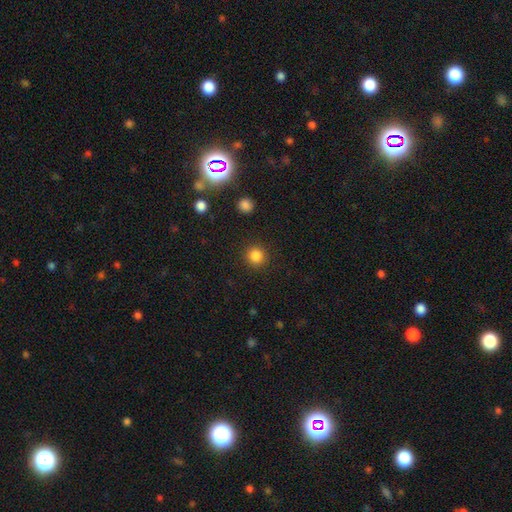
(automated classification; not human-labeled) The model was most divided on "smooth or featured": smooth: 85%, star or artifact: 11%, featured or disk: 4%. More confident: how rounded — round (94%); merging — none (91%).